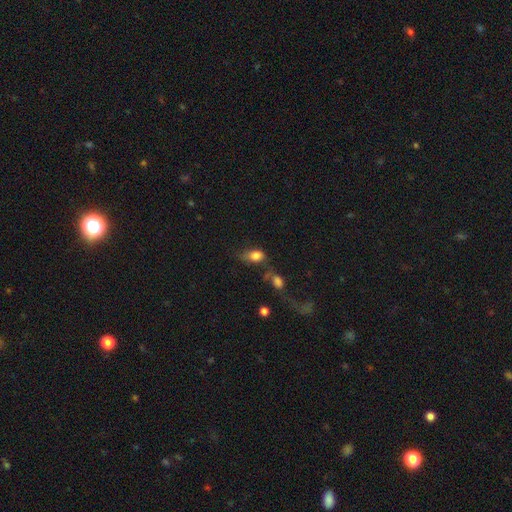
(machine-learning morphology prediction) This appears to be a smooth galaxy with no disk features (78%) that is in between round and cigar-shaped (85%). Merging: none (33%).